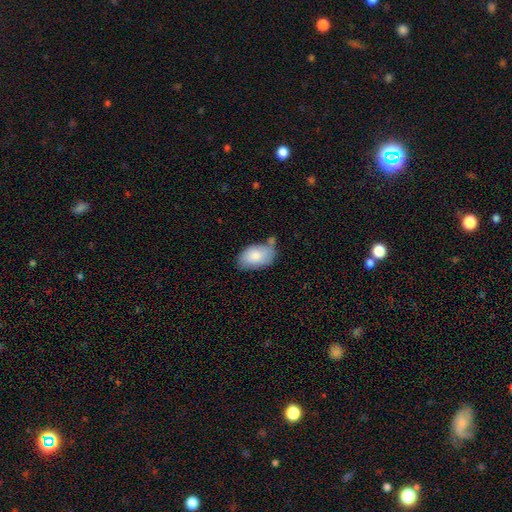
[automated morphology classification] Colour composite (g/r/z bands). It shows a smooth galaxy with no disk features (80%) that is in between round and cigar-shaped (93%). Merging: none (49%).